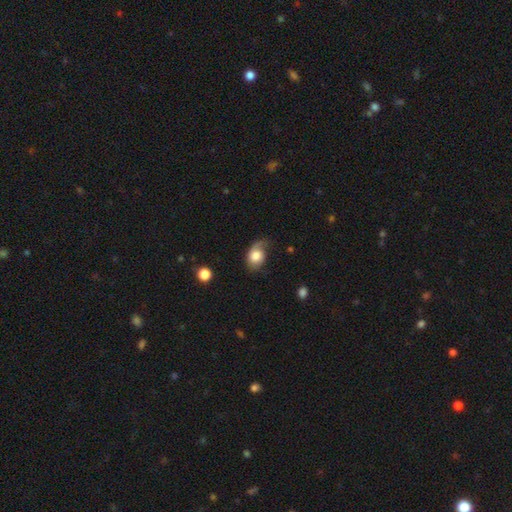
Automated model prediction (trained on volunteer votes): Morphology: type=smooth (72%); roundness=in between (70%); merging=none (46%).